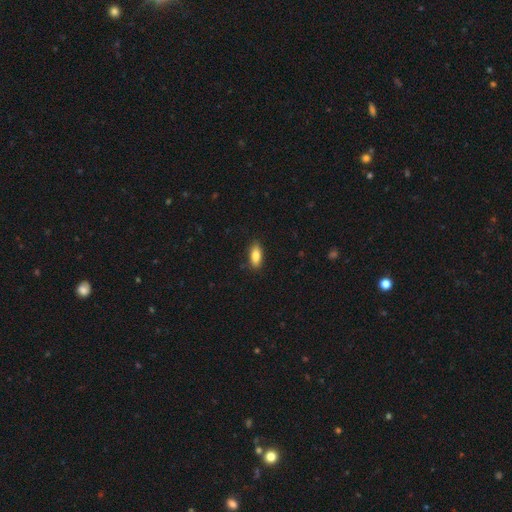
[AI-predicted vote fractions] This is clearly a smooth galaxy (84%). How rounded: clearly in between (83%). Merging: clearly none (87%).